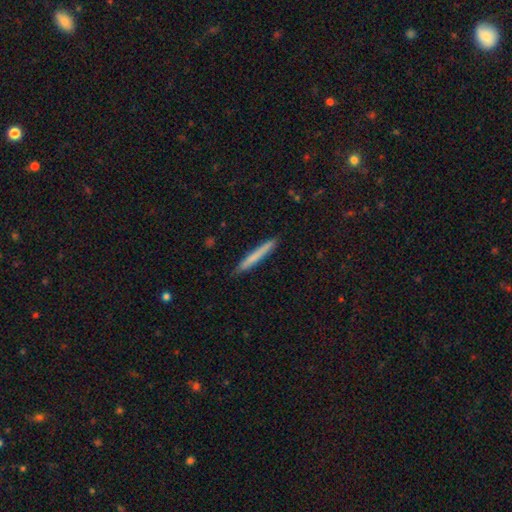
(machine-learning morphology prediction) This appears to be a smooth galaxy with no disk features (69%) that is cigar-shaped (97%). Merging: none (90%).